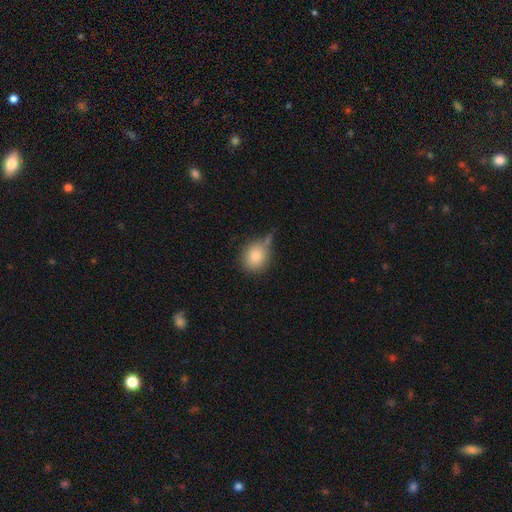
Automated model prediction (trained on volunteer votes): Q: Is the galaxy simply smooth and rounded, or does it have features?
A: smooth — 84%.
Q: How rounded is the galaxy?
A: round — 71%.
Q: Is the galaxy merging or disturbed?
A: none — 55%.